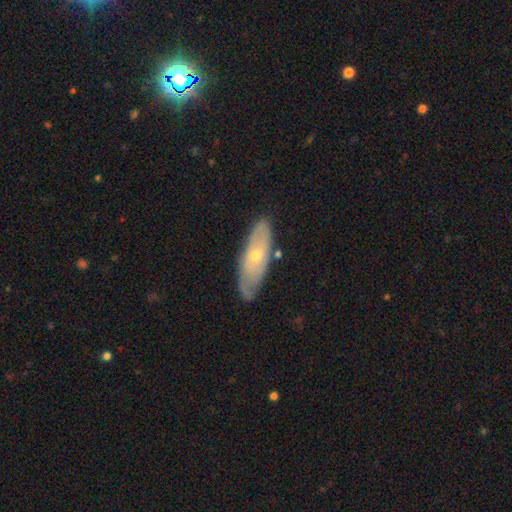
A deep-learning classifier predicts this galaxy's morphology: A featured or disk galaxy (59%). Merging: none (69%).